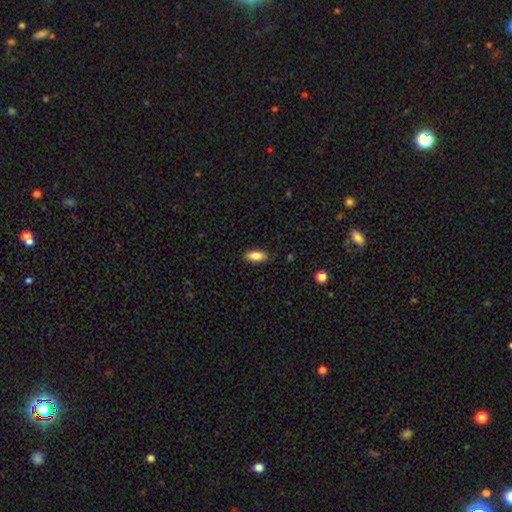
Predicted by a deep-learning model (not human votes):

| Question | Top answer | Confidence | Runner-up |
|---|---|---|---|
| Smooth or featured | smooth | 86% | featured or disk (8%) |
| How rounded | in between | 82% | cigar-shaped (16%) |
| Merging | none | 87% | minor disturbance (10%) |